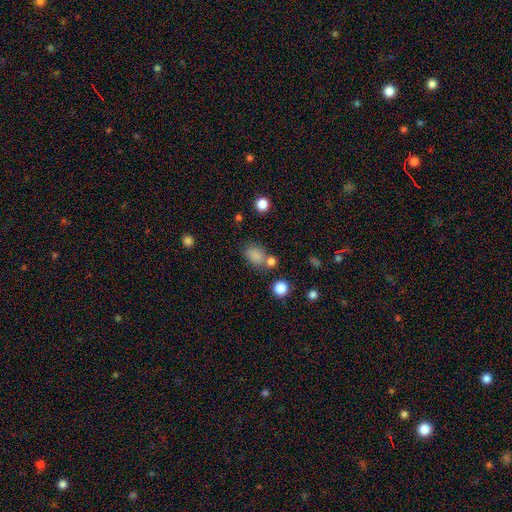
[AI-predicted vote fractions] smooth-or-featured: smooth: 81% | star or artifact: 13% | featured or disk: 6%
  how-rounded: in between: 75% | round: 24% | cigar-shaped: 2%
  merging: none: 61% | merger: 18% | minor disturbance: 15% | major disturbance: 6%